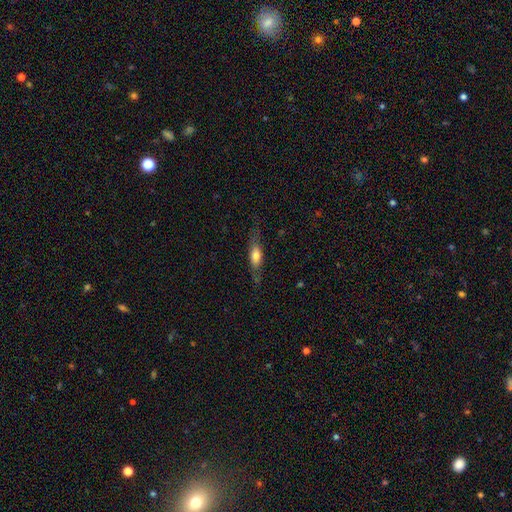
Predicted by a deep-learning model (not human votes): Smooth or featured? smooth (56%)
How rounded? cigar-shaped (51%)
Merging? none (71%)